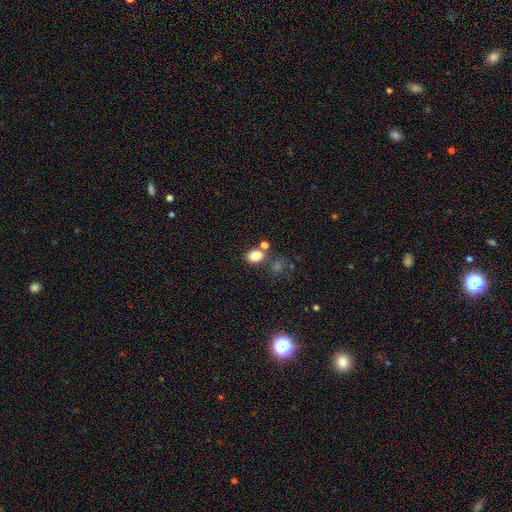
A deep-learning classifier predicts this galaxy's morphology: A smooth galaxy with no disk features (82%) that is in between round and cigar-shaped (59%).

Vote fractions:
- Smooth or featured? smooth: 82% / star or artifact: 12% / featured or disk: 7%
- How rounded? in between: 59% / round: 39% / cigar-shaped: 1%
- Merging? none: 66% / merger: 17% / minor disturbance: 12% / major disturbance: 4%